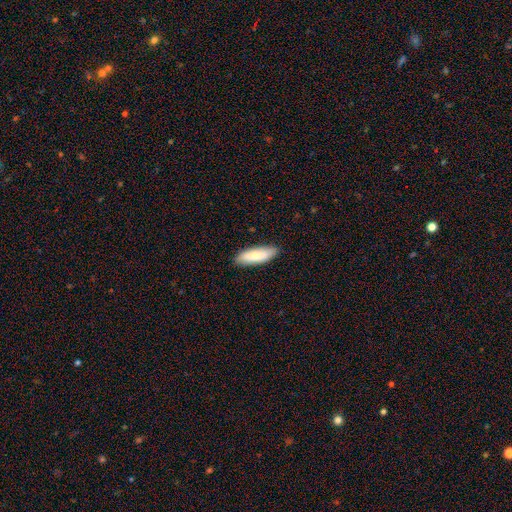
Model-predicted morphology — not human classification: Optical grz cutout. It shows a smooth galaxy with no disk features (75%) that is in between round and cigar-shaped (57%). Merging: none (88%).